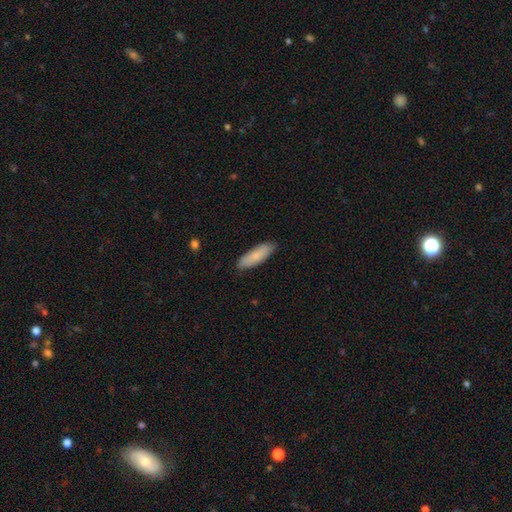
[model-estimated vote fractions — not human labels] Q: Smooth or featured?
A: smooth (83%); runner-up: featured or disk (11%)
Q: How rounded?
A: in between (49%); tied with: cigar-shaped (49%)
Q: Merging?
A: none (86%); runner-up: minor disturbance (11%)